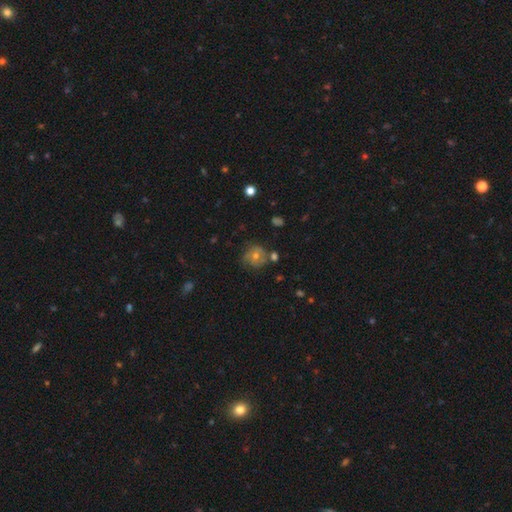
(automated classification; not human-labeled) Smooth or featured: featured or disk — 48% (smooth — 34%)
Merging: none — 70% (minor disturbance — 18%)